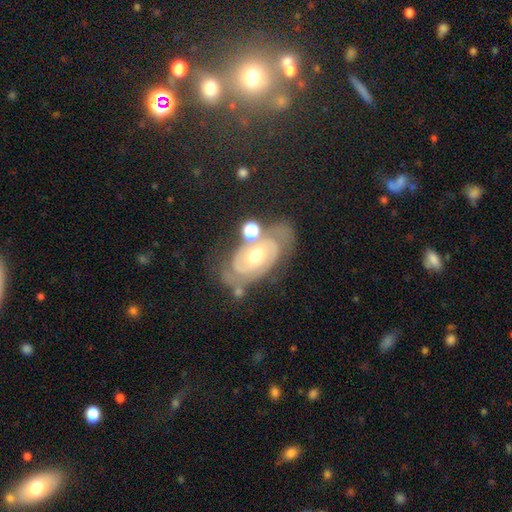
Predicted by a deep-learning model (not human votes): Smooth or featured: featured or disk — 83% (smooth — 8%)
Edge-on disk: no — 96% (yes — 4%)
Bar: no — 72% (weak — 21%)
Spiral arms: yes — 93% (no — 7%)
Spiral winding: tight — 70% (medium — 24%)
Spiral arm count: 2 — 73% (can't tell — 15%)
Bulge size: moderate — 65% (small — 30%)
Merging: none — 65% (minor disturbance — 18%)